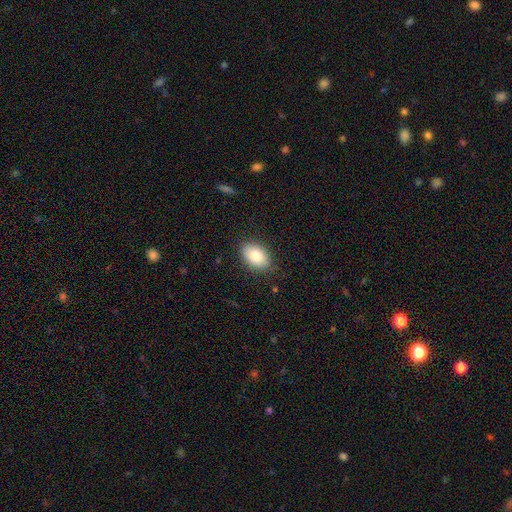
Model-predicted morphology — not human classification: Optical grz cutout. It shows a smooth galaxy with no disk features (82%) that is in between round and cigar-shaped (86%). Merging: none (83%).